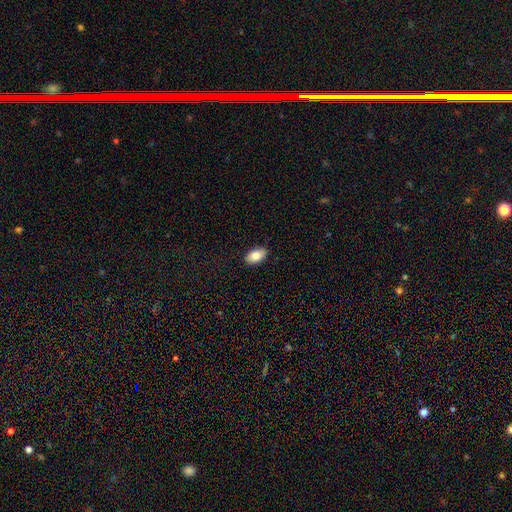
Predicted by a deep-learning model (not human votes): Q: Smooth or featured?
A: smooth (84%); runner-up: featured or disk (9%)
Q: How rounded?
A: in between (93%); runner-up: round (5%)
Q: Merging?
A: none (89%); runner-up: minor disturbance (8%)